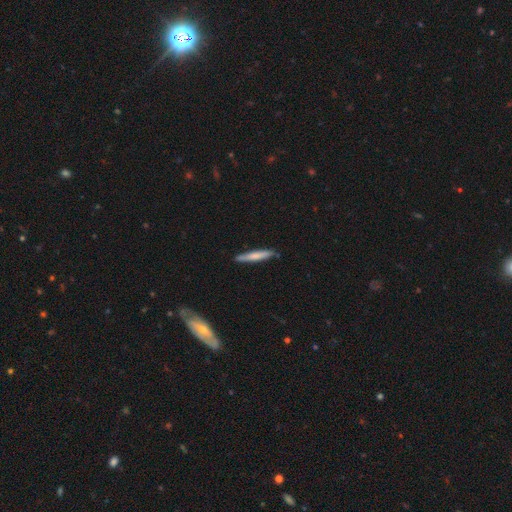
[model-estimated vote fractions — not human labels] Morphology: type=smooth (68%); roundness=cigar-shaped (94%); merging=none (85%).